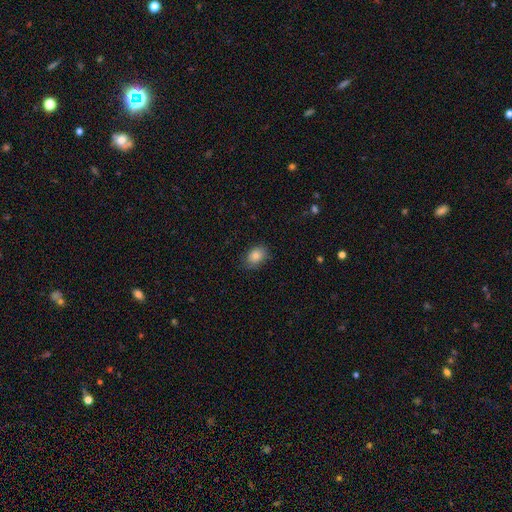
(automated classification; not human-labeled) Smooth or featured? smooth (84%)
How rounded? in between (72%)
Merging? none (79%)